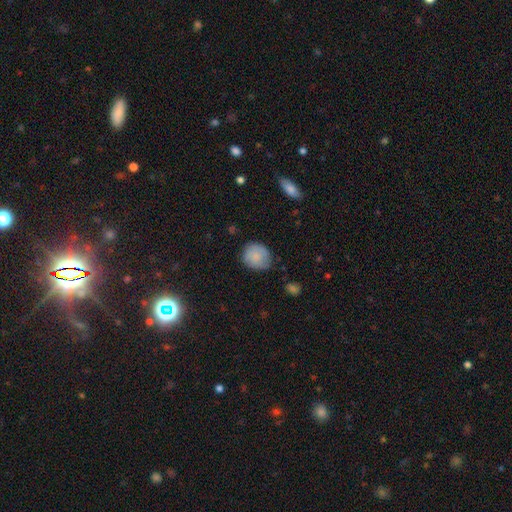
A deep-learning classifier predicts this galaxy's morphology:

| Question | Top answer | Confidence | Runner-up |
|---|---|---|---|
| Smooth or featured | smooth | 81% | featured or disk (12%) |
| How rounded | round | 75% | in between (24%) |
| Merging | none | 72% | minor disturbance (22%) |